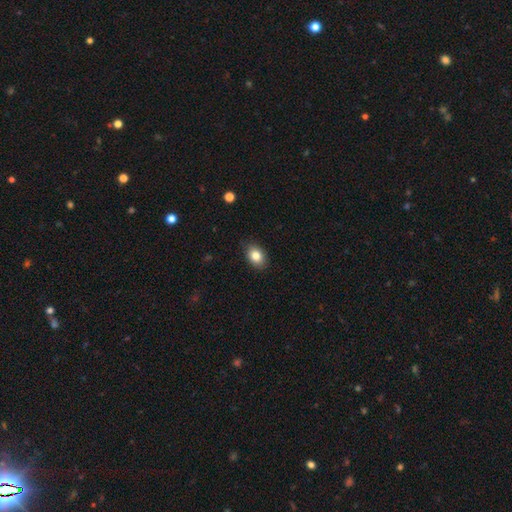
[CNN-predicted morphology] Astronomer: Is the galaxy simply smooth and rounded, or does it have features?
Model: smooth — 83%.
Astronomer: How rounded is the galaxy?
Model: in between — 76%.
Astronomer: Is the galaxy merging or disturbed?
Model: none — 87%.